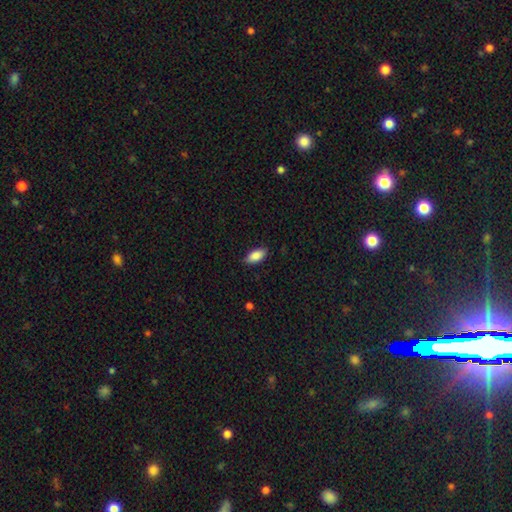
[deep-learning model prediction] Smooth or featured? Predicted: smooth (p=0.88). How rounded? Predicted: in between (p=0.90). Merging? Predicted: none (p=0.83).